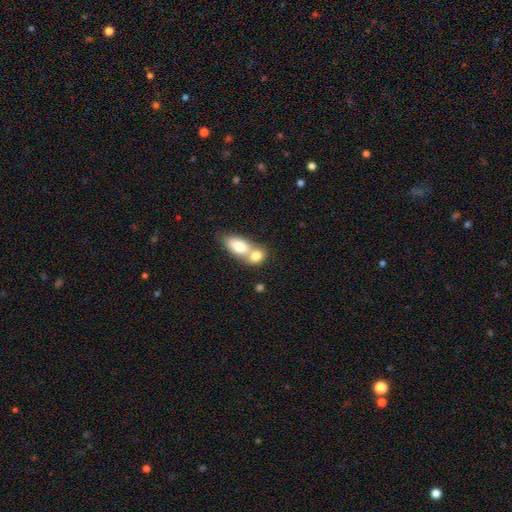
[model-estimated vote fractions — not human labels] A smooth galaxy with no disk features (77%) that is in between round and cigar-shaped (69%).

Vote fractions:
- Smooth or featured? smooth: 77% / featured or disk: 16% / star or artifact: 7%
- How rounded? in between: 69% / round: 27% / cigar-shaped: 3%
- Merging? merger: 71% / none: 21% / minor disturbance: 6% / major disturbance: 3%